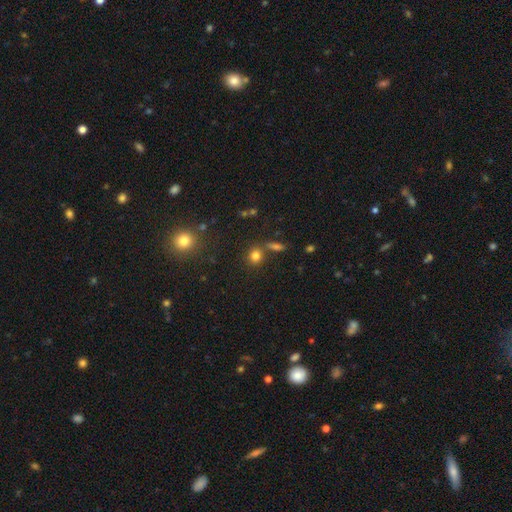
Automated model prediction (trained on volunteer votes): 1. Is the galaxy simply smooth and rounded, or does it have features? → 77% smooth, 15% star or artifact, 7% featured or disk.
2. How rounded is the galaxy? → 83% round, 16% in between, 2% cigar-shaped.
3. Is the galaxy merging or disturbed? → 73% none, 14% merger, 9% minor disturbance, 4% major disturbance.